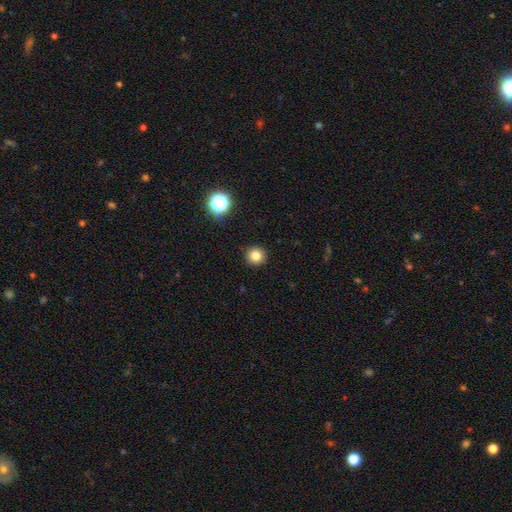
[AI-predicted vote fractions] The model was most divided on "smooth or featured": smooth: 82%, star or artifact: 13%, featured or disk: 5%. More confident: how rounded — round (94%); merging — none (93%).